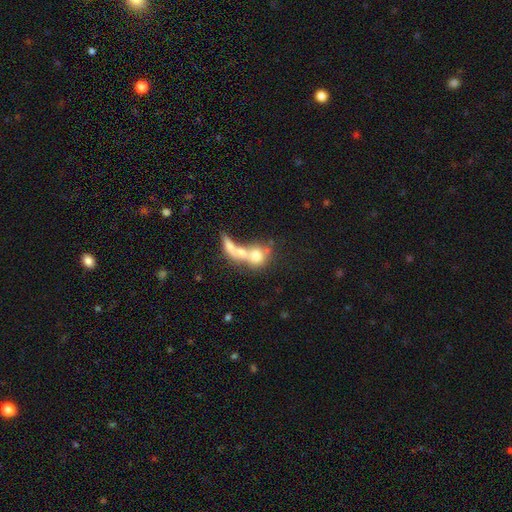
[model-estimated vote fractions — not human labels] Overall: smooth (63%; featured or disk 26%). How rounded: round (63%; in between 31%). Merging: merger (65%).